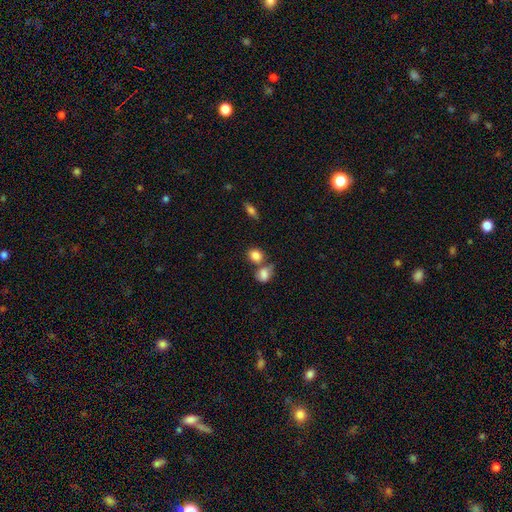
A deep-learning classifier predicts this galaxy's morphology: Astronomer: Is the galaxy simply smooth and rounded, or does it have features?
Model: smooth — 84%.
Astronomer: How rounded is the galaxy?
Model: round — 62%.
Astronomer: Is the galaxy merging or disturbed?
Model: none — 47% (runner-up: merger, 38%).